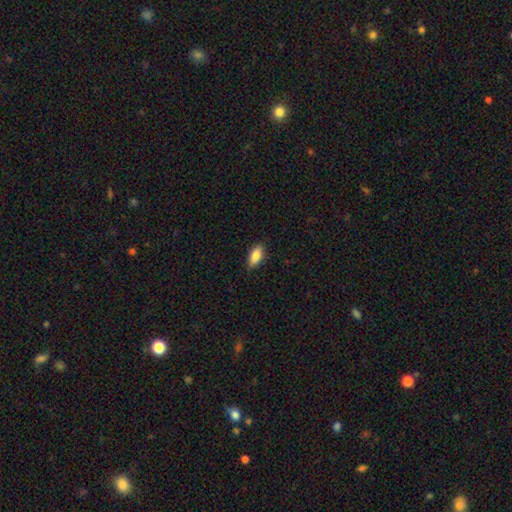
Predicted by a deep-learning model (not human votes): Q: Smooth or featured?
A: smooth (84%); runner-up: featured or disk (9%)
Q: How rounded?
A: in between (86%); runner-up: cigar-shaped (11%)
Q: Merging?
A: none (87%); runner-up: minor disturbance (10%)